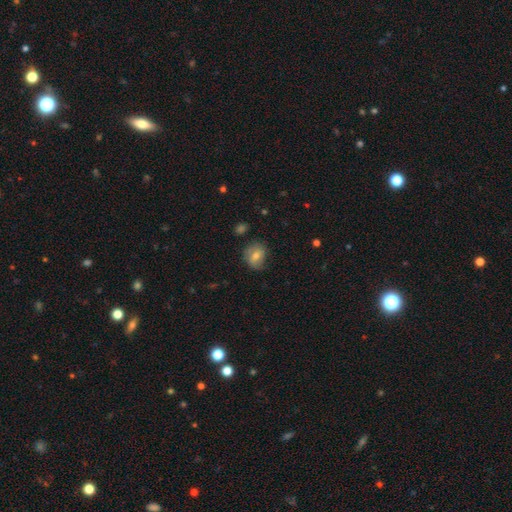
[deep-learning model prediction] The model was most divided on "how rounded": round: 58%, in between: 40%, cigar-shaped: 1%. More confident: merging — none (70%); smooth or featured — smooth (59%).